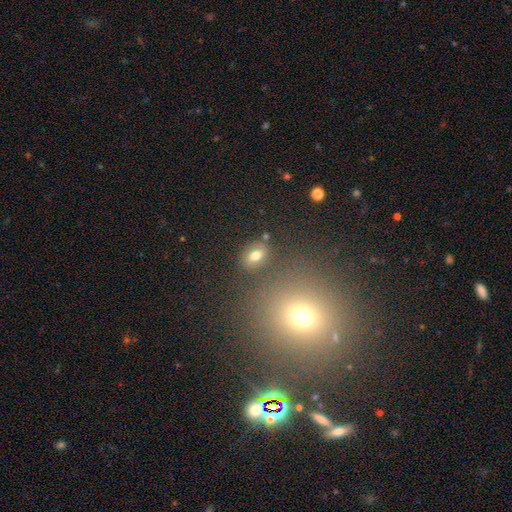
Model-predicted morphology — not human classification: Smooth or featured? Predicted: smooth (p=0.69). How rounded? Predicted: in between (p=0.76). Merging? Predicted: none (p=0.79).